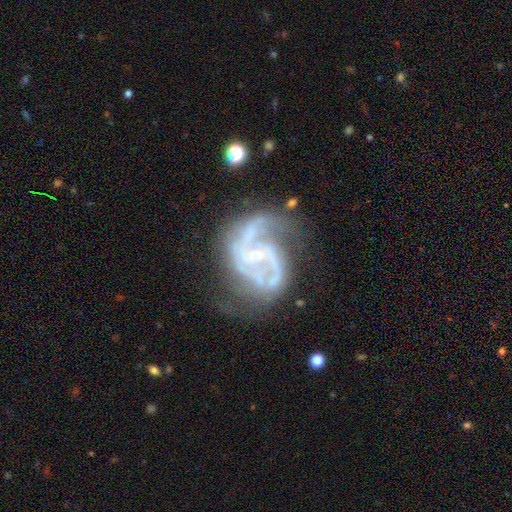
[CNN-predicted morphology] Smooth or featured? Predicted: featured or disk (p=0.90). Edge-on disk? Predicted: no (p=0.98). Bar? Predicted: no (p=0.58). Spiral arms? Predicted: yes (p=0.96). Spiral winding? Predicted: medium (p=0.53). Spiral arm count? Predicted: 2 (p=0.55). Bulge size? Predicted: small (p=0.69). Merging? Predicted: none (p=0.47).